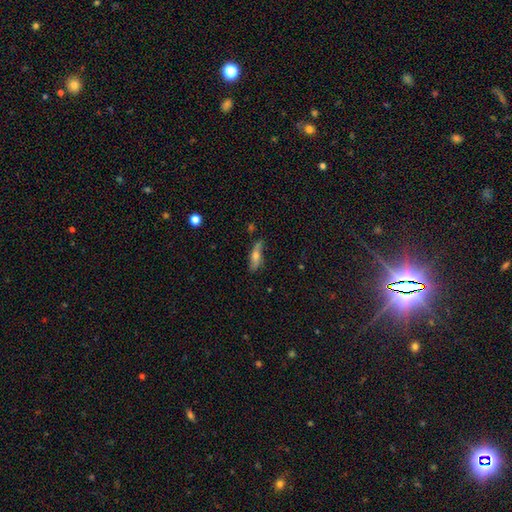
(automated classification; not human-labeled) This is possibly a smooth galaxy (51%). How rounded: possibly cigar-shaped (51%). Merging: likely none (64%).